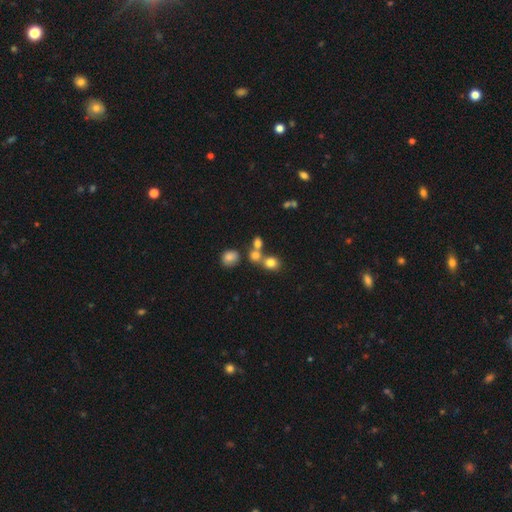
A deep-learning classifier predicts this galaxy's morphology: Smooth or featured?
  - smooth: 69% *
  - star or artifact: 19%
  - featured or disk: 12%
How rounded?
  - round: 75% *
  - in between: 23%
  - cigar-shaped: 1%
Merging?
  - none: 50% *
  - merger: 37%
  - minor disturbance: 8%
  - major disturbance: 4%